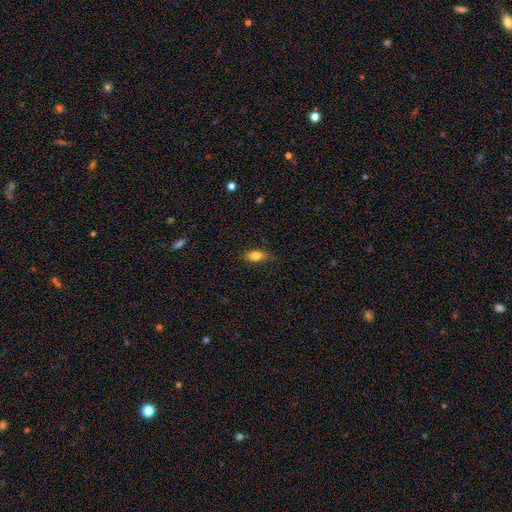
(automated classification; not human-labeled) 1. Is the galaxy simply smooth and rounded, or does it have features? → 83% smooth, 8% featured or disk, 8% star or artifact.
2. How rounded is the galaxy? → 86% in between, 9% cigar-shaped, 5% round.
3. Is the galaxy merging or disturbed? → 82% none, 14% minor disturbance, 3% major disturbance, 1% merger.